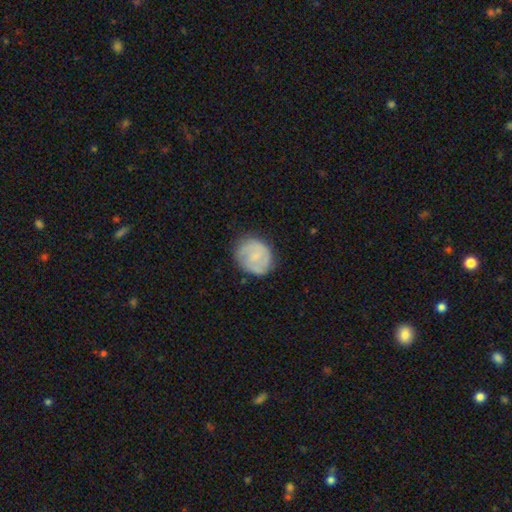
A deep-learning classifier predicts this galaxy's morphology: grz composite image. It shows a smooth galaxy with no disk features (51%) that is round (72%). Merging: none (75%).